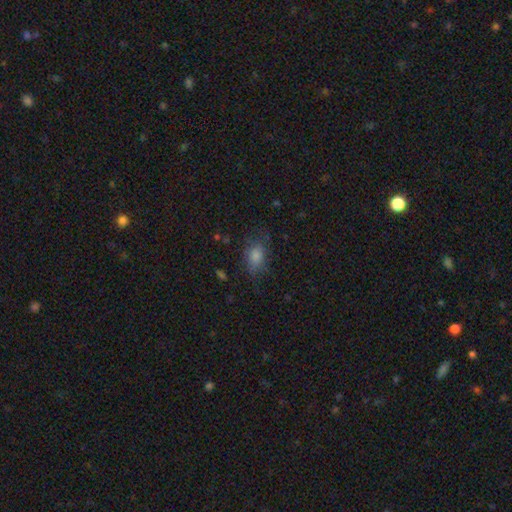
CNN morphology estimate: A smooth galaxy with no disk features (70%) that is in between round and cigar-shaped (77%).

Vote fractions:
- Smooth or featured? smooth: 70% / star or artifact: 16% / featured or disk: 14%
- How rounded? in between: 77% / round: 20% / cigar-shaped: 3%
- Merging? none: 67% / minor disturbance: 22% / major disturbance: 9% / merger: 2%